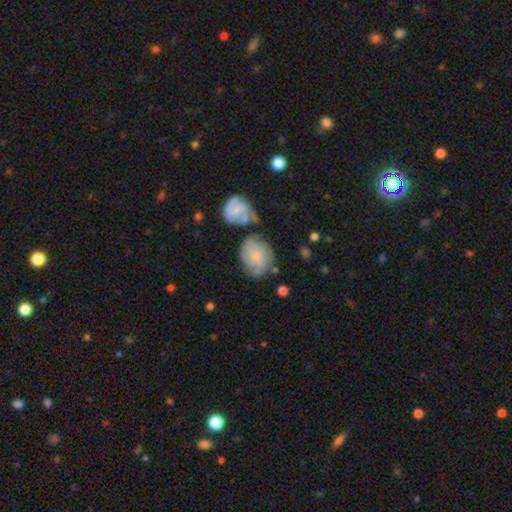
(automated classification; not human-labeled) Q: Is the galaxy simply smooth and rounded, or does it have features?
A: featured or disk — 51%.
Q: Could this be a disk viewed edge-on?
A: no — 97%.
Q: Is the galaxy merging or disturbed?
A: none — 45%.